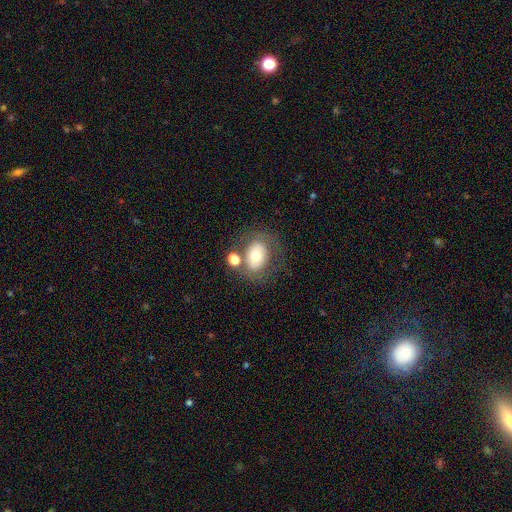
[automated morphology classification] Smooth or featured: smooth — 61% (featured or disk — 29%)
How rounded: in between — 55% (round — 44%)
Merging: none — 56% (merger — 20%)